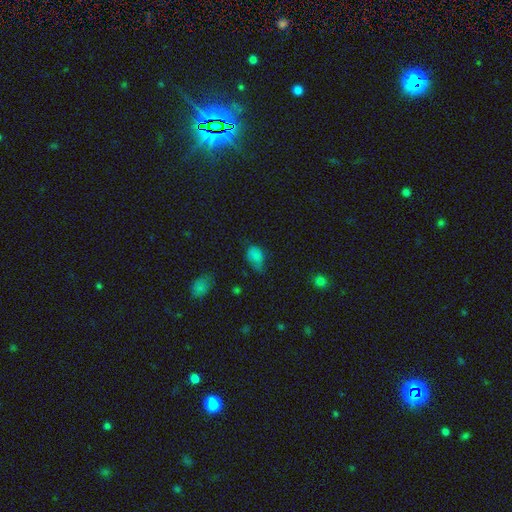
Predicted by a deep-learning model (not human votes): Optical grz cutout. It shows a smooth galaxy with no disk features (76%) that is in between round and cigar-shaped (79%). Merging: minor disturbance (41%).